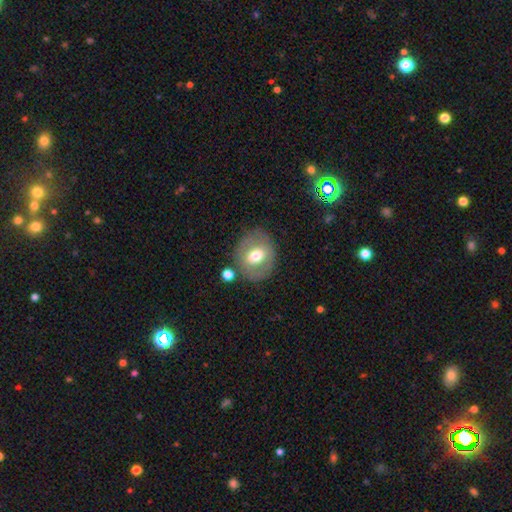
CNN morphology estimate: Smooth or featured? Predicted: smooth (p=0.57). How rounded? Predicted: round (p=0.69). Merging? Predicted: none (p=0.76).